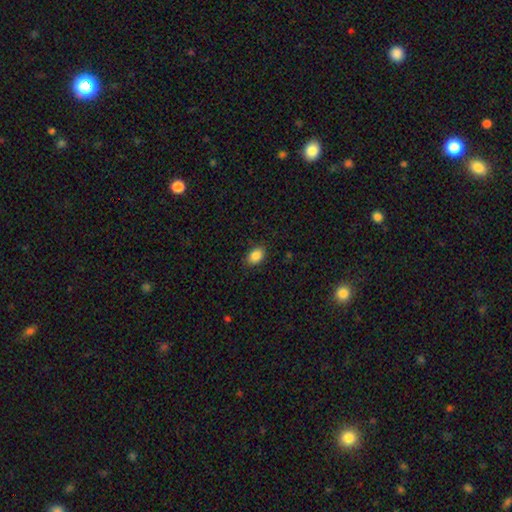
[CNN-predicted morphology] A smooth galaxy with no disk features (88%) that is in between round and cigar-shaped (82%). Merging: none (86%).